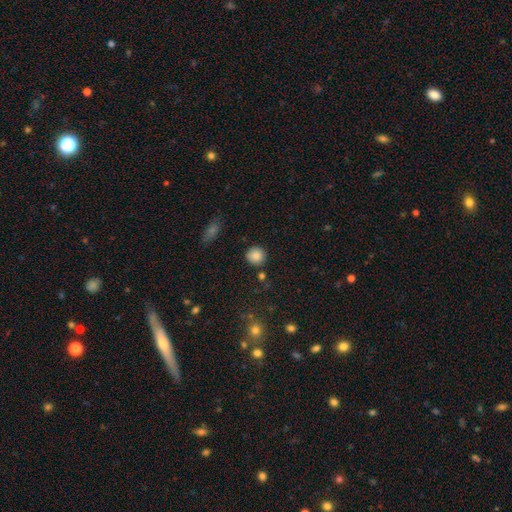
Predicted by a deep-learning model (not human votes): This appears to be a smooth galaxy with no disk features (85%) that is round (92%). Merging: none (87%).